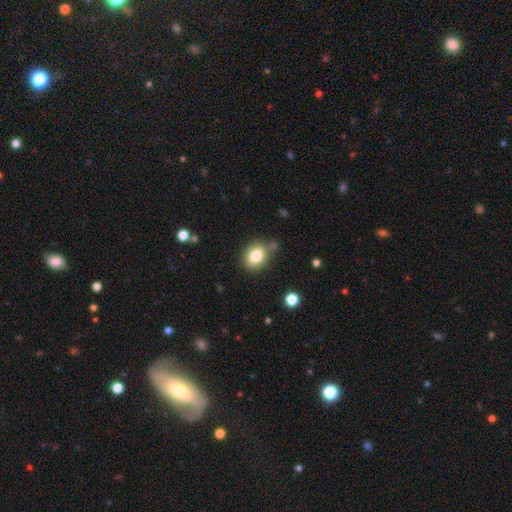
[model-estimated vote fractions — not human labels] smooth 82%, star or artifact 10%, featured or disk 8%. Down the decision tree: how rounded — in between (55%); merging — none (75%).